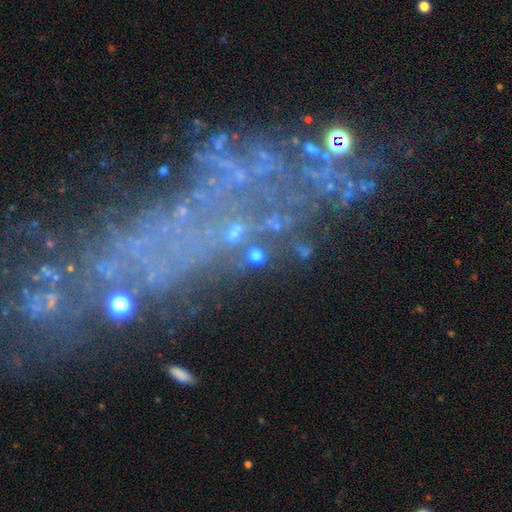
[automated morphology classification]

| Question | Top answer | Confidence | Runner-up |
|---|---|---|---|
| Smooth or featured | smooth | 49% | star or artifact (29%) |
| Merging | none | 68% | minor disturbance (13%) |